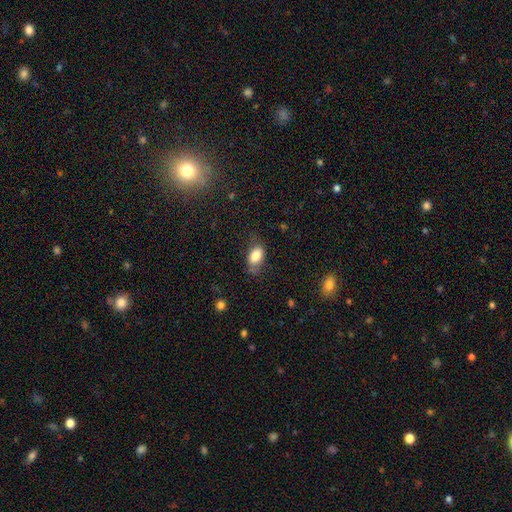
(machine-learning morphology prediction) This appears to be a smooth galaxy with no disk features (81%) that is in between round and cigar-shaped (89%). Merging: none (64%).